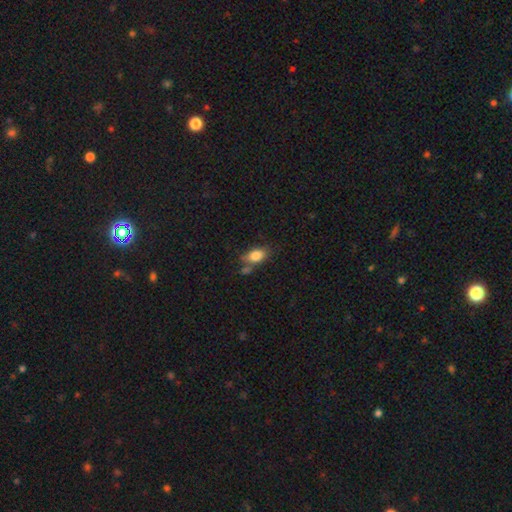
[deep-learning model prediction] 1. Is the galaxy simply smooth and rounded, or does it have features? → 82% smooth, 9% featured or disk, 8% star or artifact.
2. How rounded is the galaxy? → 84% in between, 12% round, 4% cigar-shaped.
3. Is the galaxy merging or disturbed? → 57% none, 20% minor disturbance, 17% merger, 6% major disturbance.